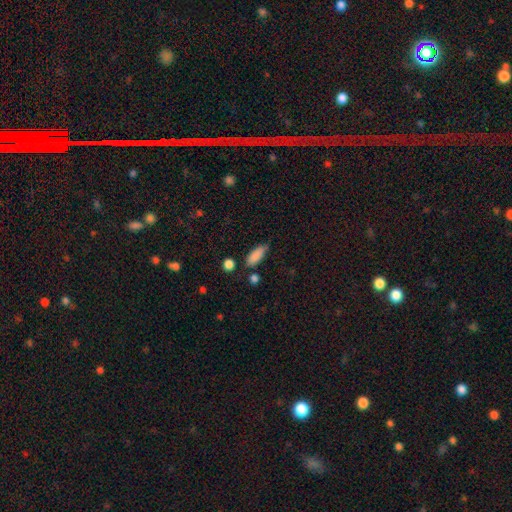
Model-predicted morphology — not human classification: smooth-or-featured: smooth: 86% | star or artifact: 8% | featured or disk: 6%
  how-rounded: in between: 73% | cigar-shaped: 24% | round: 3%
  merging: none: 63% | minor disturbance: 27% | major disturbance: 6% | merger: 5%